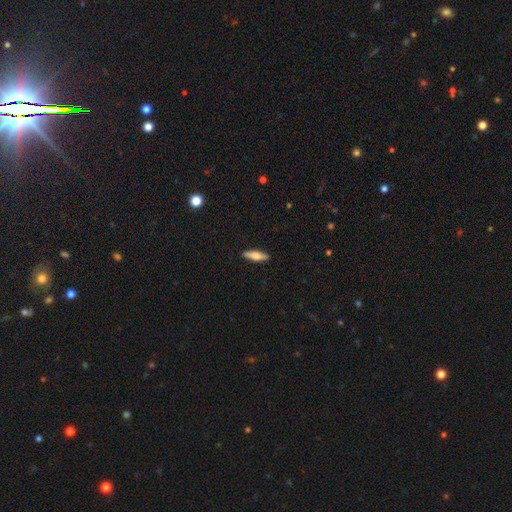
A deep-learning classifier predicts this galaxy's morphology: Smooth or featured: smooth — 60% (featured or disk — 35%)
How rounded: cigar-shaped — 64% (in between — 33%)
Merging: none — 91% (minor disturbance — 7%)